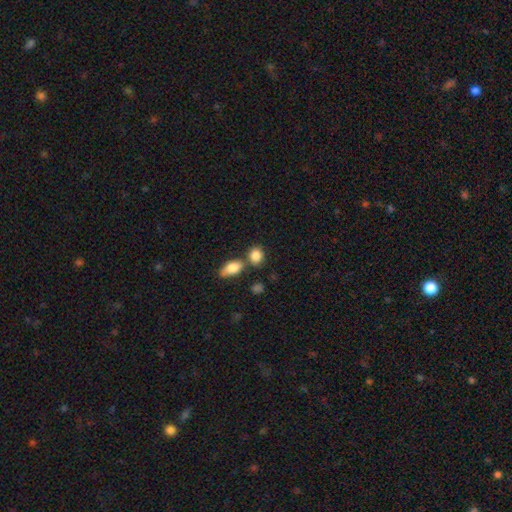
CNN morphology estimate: smooth-or-featured: smooth: 86% | star or artifact: 8% | featured or disk: 6%
  how-rounded: round: 49% (tied) | in between: 49% (tied) | cigar-shaped: 2%
  merging: none: 57% | merger: 28% | minor disturbance: 12% | major disturbance: 4%